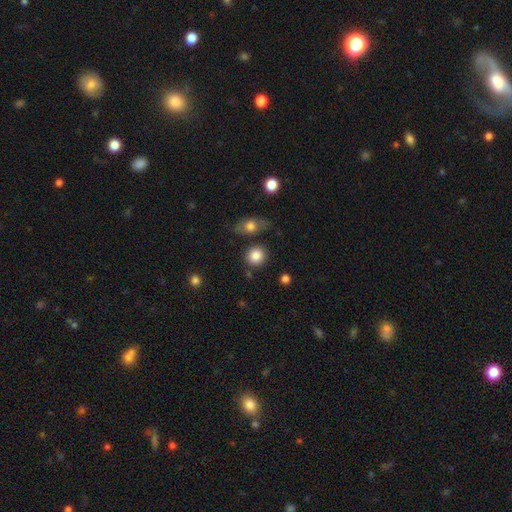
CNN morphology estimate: Overall: smooth (86%). How rounded: round (86%). Merging: none (82%).